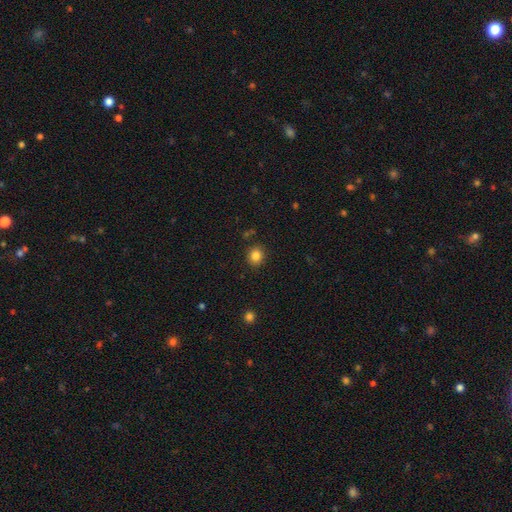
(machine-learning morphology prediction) Smooth or featured? smooth (84%)
How rounded? round (80%)
Merging? none (88%)